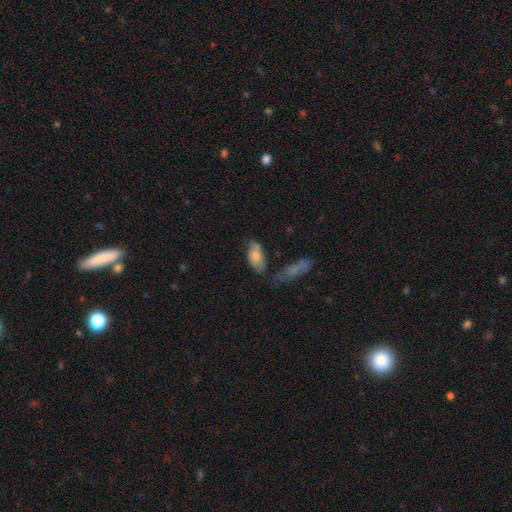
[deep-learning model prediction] smooth 72%, featured or disk 22%, star or artifact 7%. Down the decision tree: how rounded — in between (89%); merging — none (52%).